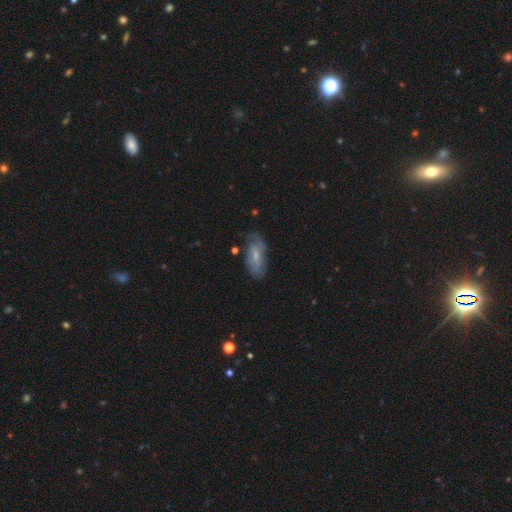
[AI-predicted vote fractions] smooth_or_featured: smooth (p=0.56) [alt: featured or disk p=0.37]
how_rounded: in between (p=0.83) [alt: cigar-shaped p=0.14]
merging: none (p=0.67) [alt: minor disturbance p=0.24]